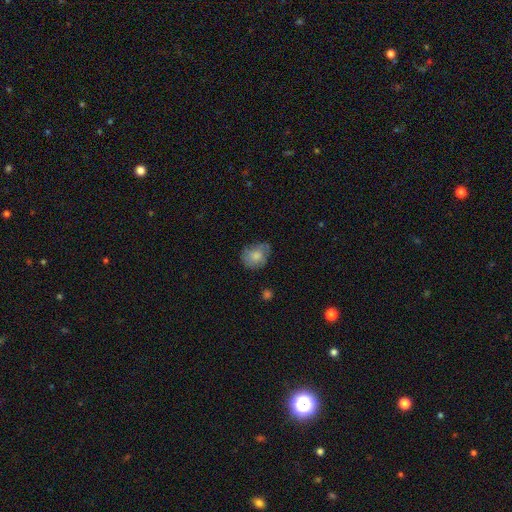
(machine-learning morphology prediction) smooth 72%, featured or disk 20%, star or artifact 8%. Down the decision tree: how rounded — round (51%); merging — none (57%).